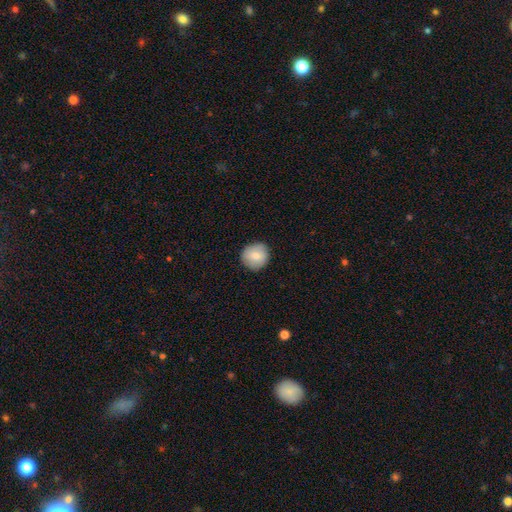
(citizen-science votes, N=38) Volunteers were most divided on "merging": none: 70%, minor disturbance: 30%, major disturbance: 0%, merger: 0%. More confident: how rounded — round (82%); smooth or featured — smooth (74%).